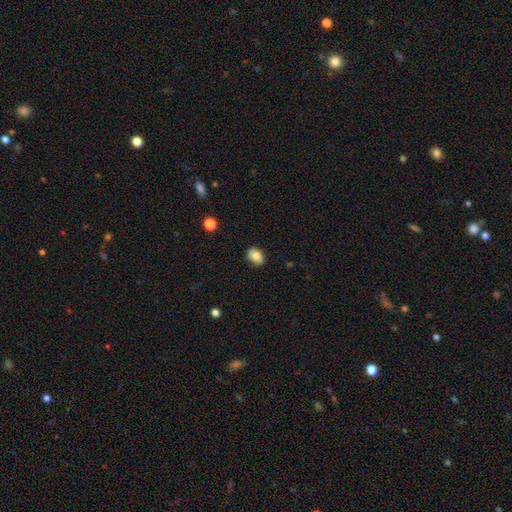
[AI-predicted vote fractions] Smooth or featured: smooth — 81% (featured or disk — 11%)
How rounded: in between — 77% (round — 22%)
Merging: none — 84% (minor disturbance — 12%)